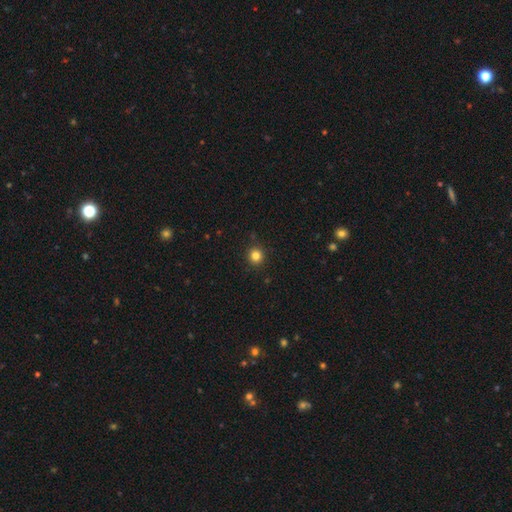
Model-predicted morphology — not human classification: type=smooth (83%); roundness=round (93%); merging=none (91%).